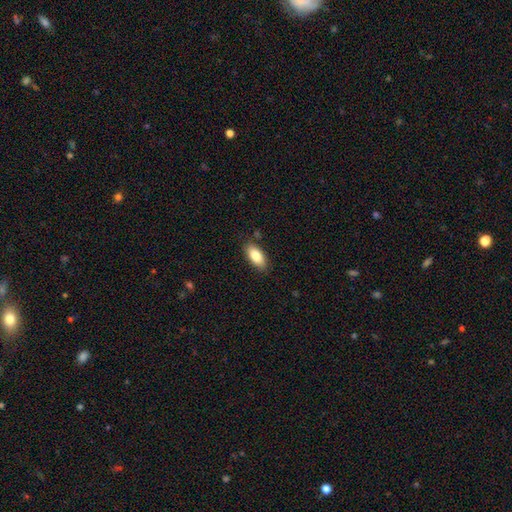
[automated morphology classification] This is clearly a smooth galaxy (84%). How rounded: clearly in between (89%). Merging: clearly none (85%).